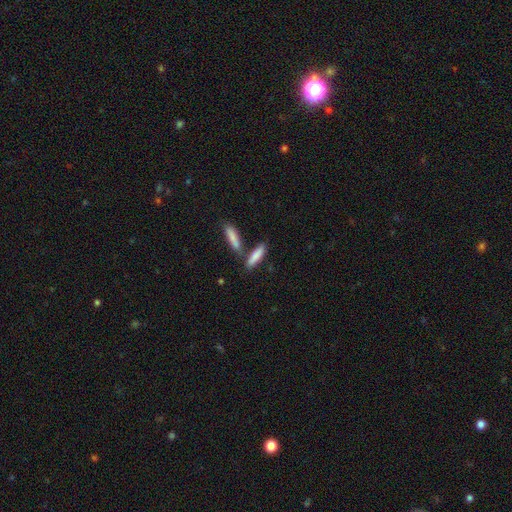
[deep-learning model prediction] The model was most divided on "merging": none: 60%, merger: 27%, minor disturbance: 11%, major disturbance: 3%. More confident: smooth or featured — smooth (80%); how rounded — cigar-shaped (69%).